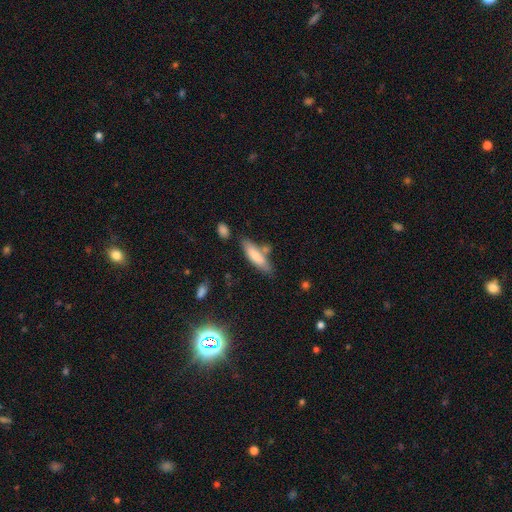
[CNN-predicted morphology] A smooth galaxy with no disk features (76%) that is cigar-shaped (63%). Merging: none (66%).